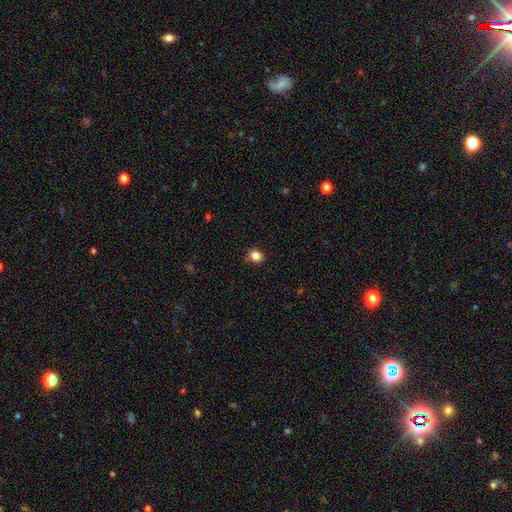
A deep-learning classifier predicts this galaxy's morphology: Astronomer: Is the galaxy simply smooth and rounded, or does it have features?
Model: smooth — 84%.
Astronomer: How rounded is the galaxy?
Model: round — 73%.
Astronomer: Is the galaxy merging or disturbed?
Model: none — 84%.